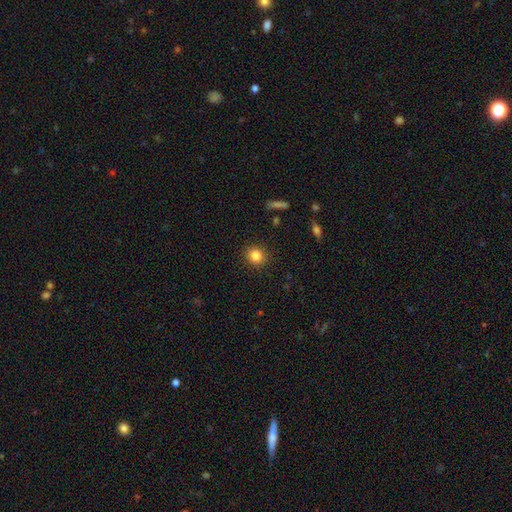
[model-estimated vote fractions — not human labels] Smooth or featured? smooth (84%)
How rounded? round (82%)
Merging? none (90%)